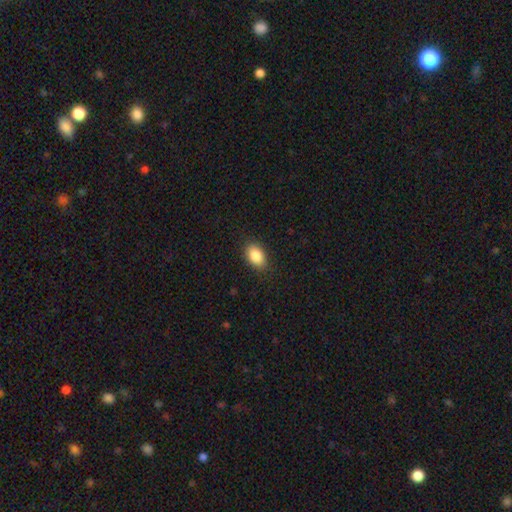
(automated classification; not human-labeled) smooth 87%, star or artifact 7%, featured or disk 5%. Down the decision tree: how rounded — in between (89%); merging — none (87%).